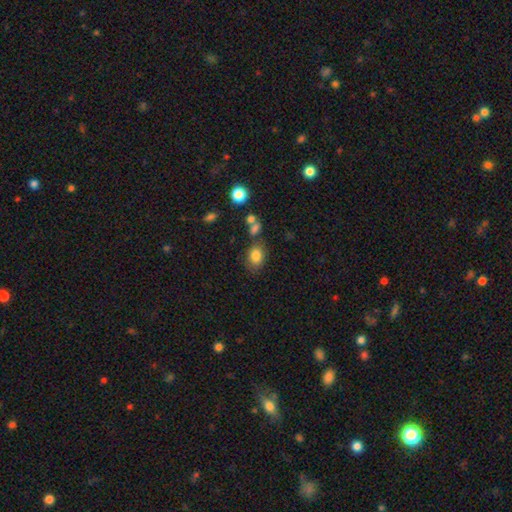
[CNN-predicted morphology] Smooth or featured: smooth — 82% (star or artifact — 10%)
How rounded: in between — 66% (round — 32%)
Merging: none — 65% (minor disturbance — 17%)